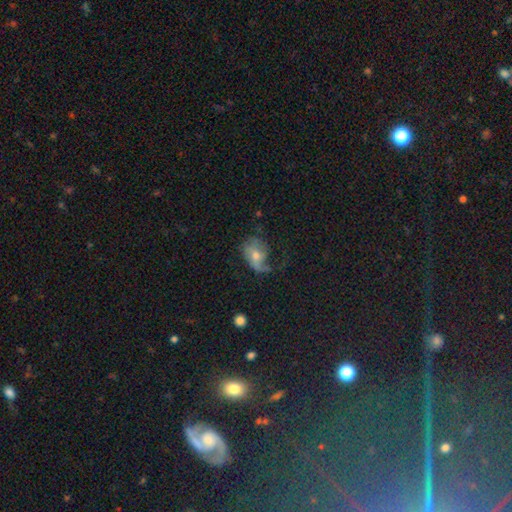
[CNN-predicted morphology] A featured or disk galaxy (49%). Merging: major disturbance (37%).